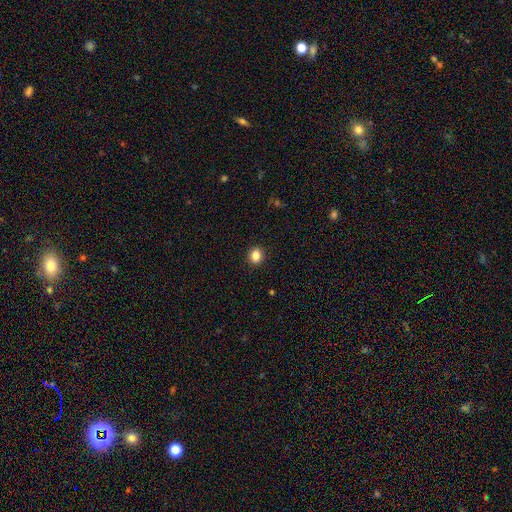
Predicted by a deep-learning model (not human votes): Overall: smooth (85%). How rounded: round (73%). Merging: none (92%).